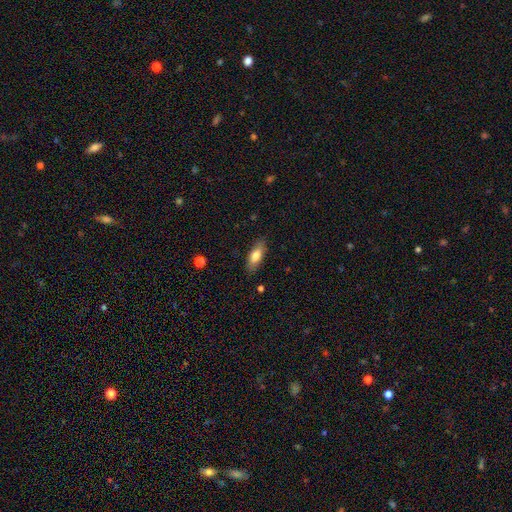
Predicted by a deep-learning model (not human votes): smooth_or_featured: smooth (p=0.76) [alt: featured or disk p=0.17]
how_rounded: in between (p=0.73) [alt: cigar-shaped p=0.24]
merging: none (p=0.84) [alt: minor disturbance p=0.12]